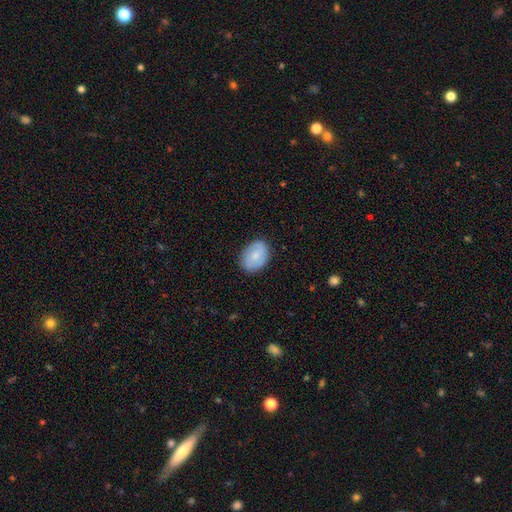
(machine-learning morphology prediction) Q: Smooth or featured?
A: smooth (70%); runner-up: featured or disk (23%)
Q: How rounded?
A: in between (75%); runner-up: round (24%)
Q: Merging?
A: none (83%); runner-up: minor disturbance (13%)